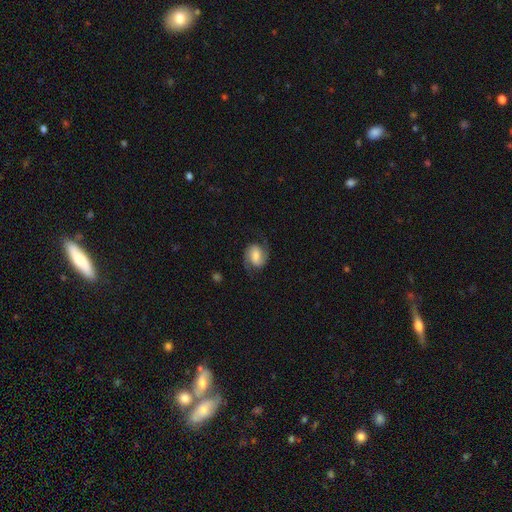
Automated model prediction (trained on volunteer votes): Q: Smooth or featured?
A: featured or disk (70%); runner-up: smooth (23%)
Q: Edge-on disk?
A: no (98%); runner-up: yes (2%)
Q: Bar?
A: weak (41%); runner-up: no (36%)
Q: Spiral arms?
A: yes (95%); runner-up: no (5%)
Q: Spiral winding?
A: medium (49%); runner-up: loose (30%)
Q: Spiral arm count?
A: 2 (91%); runner-up: can't tell (3%)
Q: Bulge size?
A: moderate (41%); runner-up: small (28%)
Q: Merging?
A: none (74%); runner-up: minor disturbance (16%)